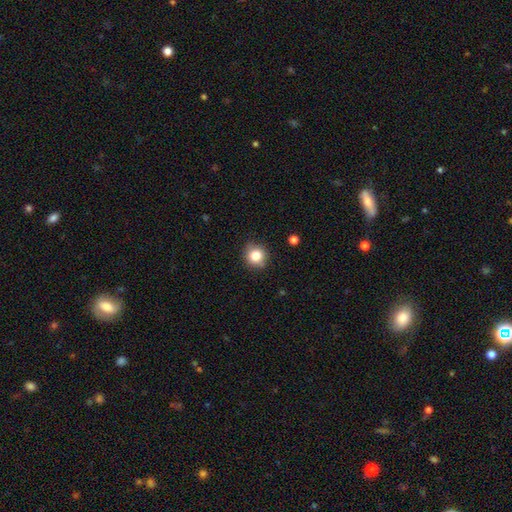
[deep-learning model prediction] Overall: smooth (81%). How rounded: round (86%). Merging: none (85%).